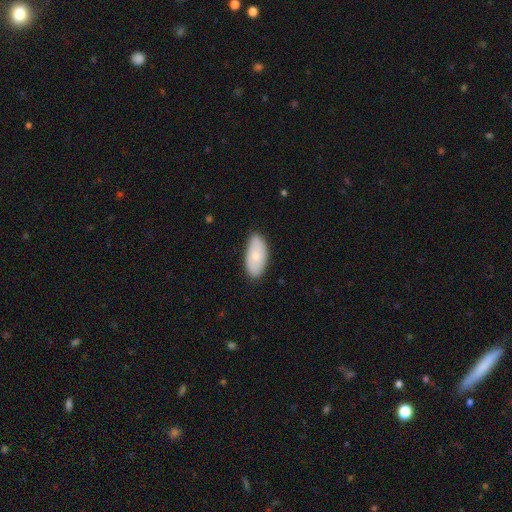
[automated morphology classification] Smooth or featured? Predicted: smooth (p=0.73). How rounded? Predicted: in between (p=0.93). Merging? Predicted: none (p=0.83).